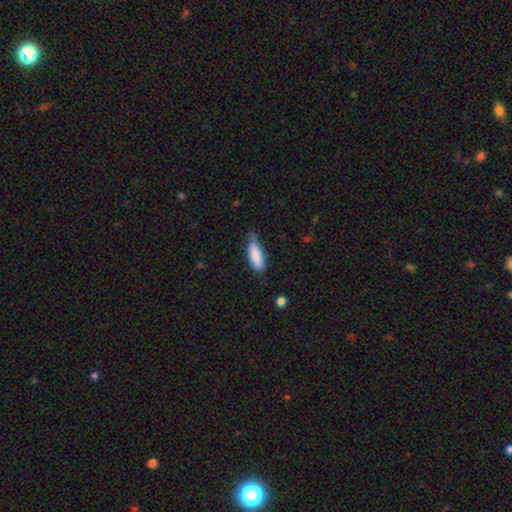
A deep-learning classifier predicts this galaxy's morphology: Smooth or featured: smooth — 84% (featured or disk — 10%)
How rounded: in between — 61% (cigar-shaped — 38%)
Merging: none — 49% (minor disturbance — 40%)